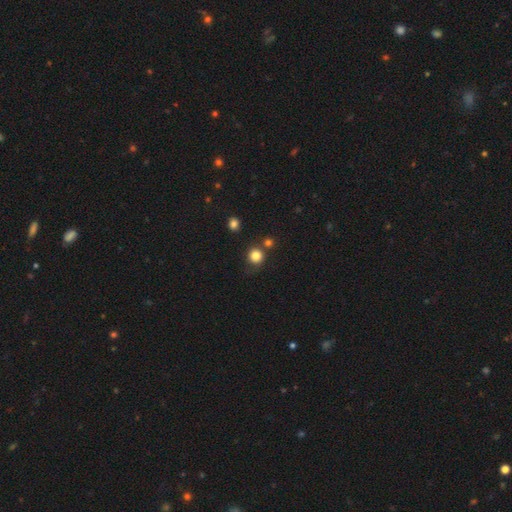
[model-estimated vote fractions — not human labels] This appears to be a smooth galaxy with no disk features (83%) that is round (92%). Merging: none (74%).